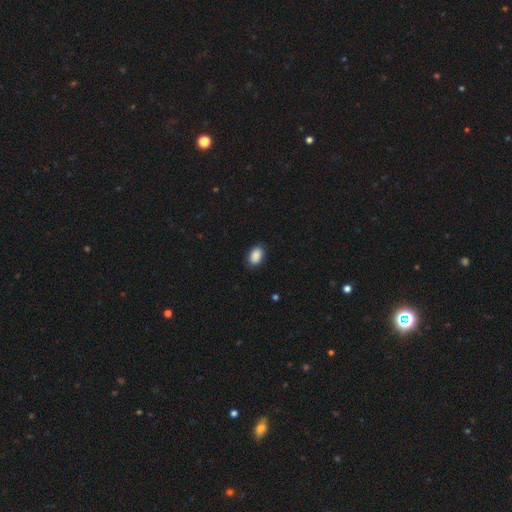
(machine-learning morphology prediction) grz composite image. It shows a smooth galaxy with no disk features (90%) that is in between round and cigar-shaped (89%). Merging: none (87%).